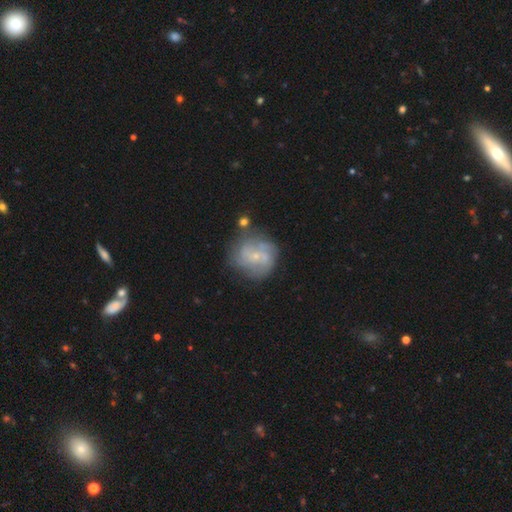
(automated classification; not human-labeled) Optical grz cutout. It shows a featured or disk galaxy (62%) with no bar (71%), spiral arms (71%) and a small central bulge (79%). Merging: none (59%).